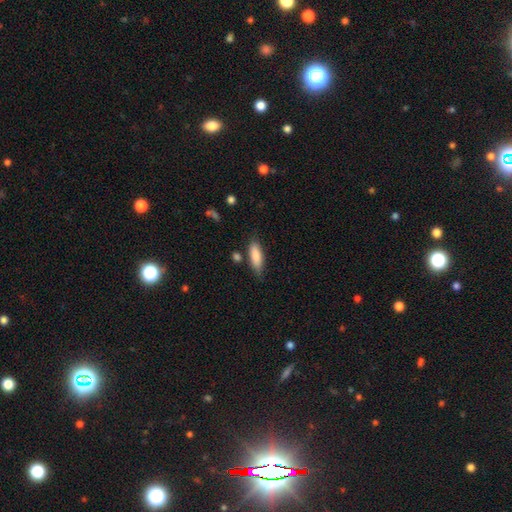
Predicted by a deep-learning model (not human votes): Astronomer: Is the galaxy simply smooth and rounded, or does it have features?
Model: smooth — 85%.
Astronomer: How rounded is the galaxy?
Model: in between — 59% (runner-up: cigar-shaped, 39%).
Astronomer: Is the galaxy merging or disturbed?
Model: none — 73%.